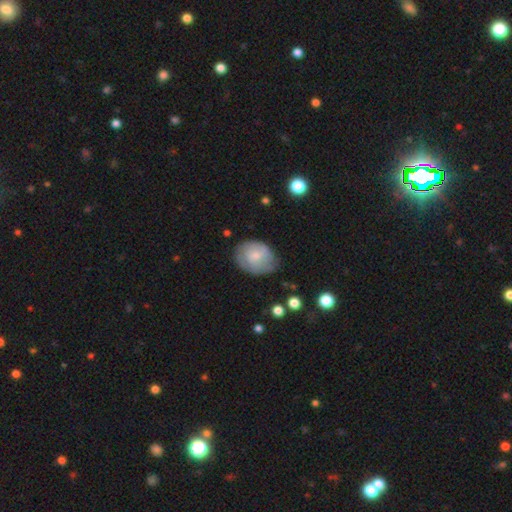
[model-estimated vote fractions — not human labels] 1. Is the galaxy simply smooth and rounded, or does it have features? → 60% smooth, 34% featured or disk, 7% star or artifact.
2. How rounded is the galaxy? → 57% in between, 42% round, 1% cigar-shaped.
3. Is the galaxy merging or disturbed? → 64% none, 26% minor disturbance, 8% major disturbance, 2% merger.